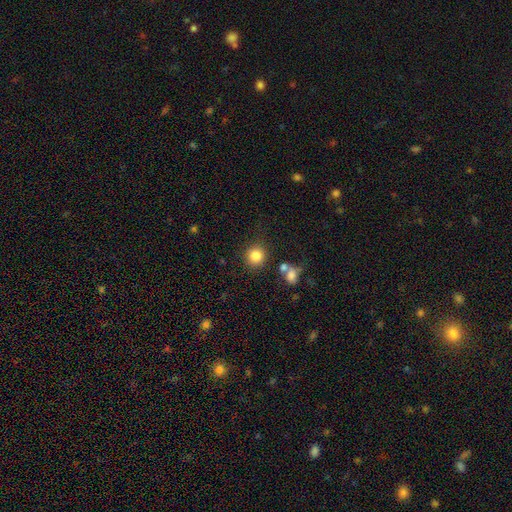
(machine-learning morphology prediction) Q: Smooth or featured?
A: smooth (83%); runner-up: star or artifact (11%)
Q: How rounded?
A: round (90%); runner-up: in between (9%)
Q: Merging?
A: none (80%); runner-up: minor disturbance (9%)